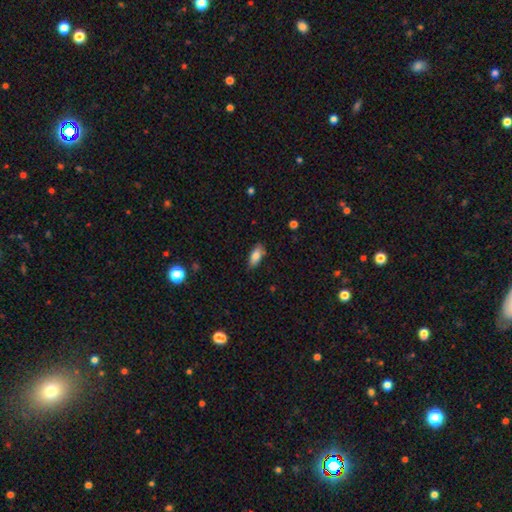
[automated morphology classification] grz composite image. It shows a smooth galaxy with no disk features (81%) that is in between round and cigar-shaped (84%). Merging: none (78%).